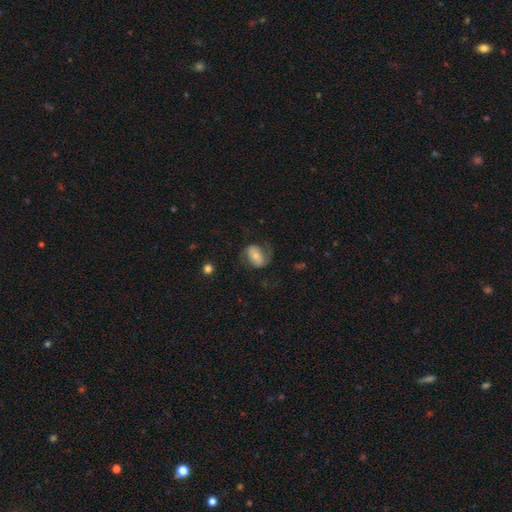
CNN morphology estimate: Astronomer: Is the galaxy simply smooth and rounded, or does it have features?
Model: smooth — 46%, tied with featured or disk at 46%.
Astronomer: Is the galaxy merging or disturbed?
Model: none — 58%.